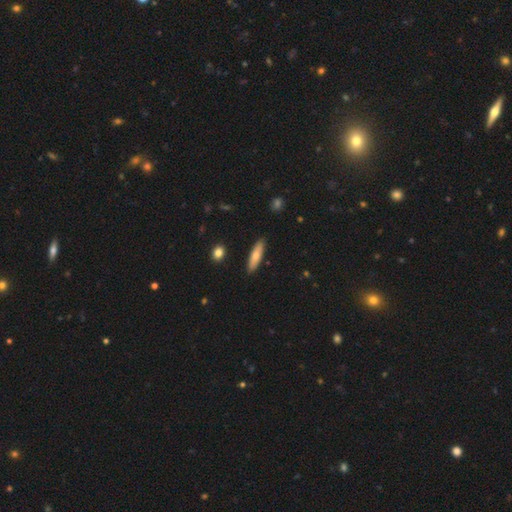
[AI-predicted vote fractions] A smooth galaxy with no disk features (68%) that is cigar-shaped (69%). Merging: none (89%).